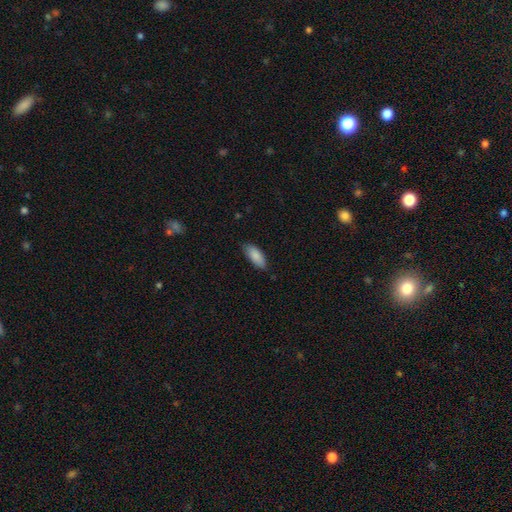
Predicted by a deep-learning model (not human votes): This is clearly a smooth galaxy (88%). How rounded: clearly in between (81%). Merging: likely none (79%).